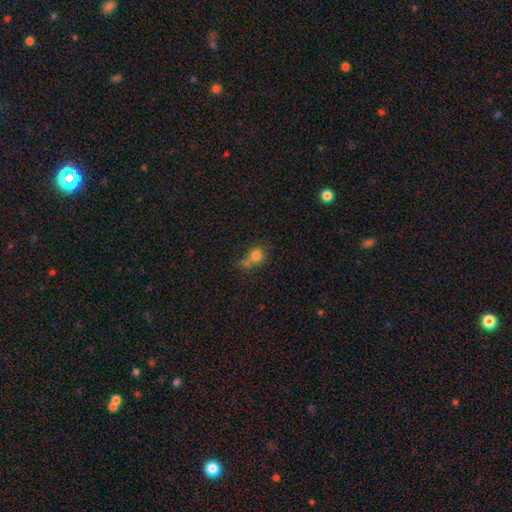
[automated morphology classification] Smooth or featured: smooth — 79% (star or artifact — 12%)
How rounded: round — 78% (in between — 21%)
Merging: merger — 40% (none — 39%)